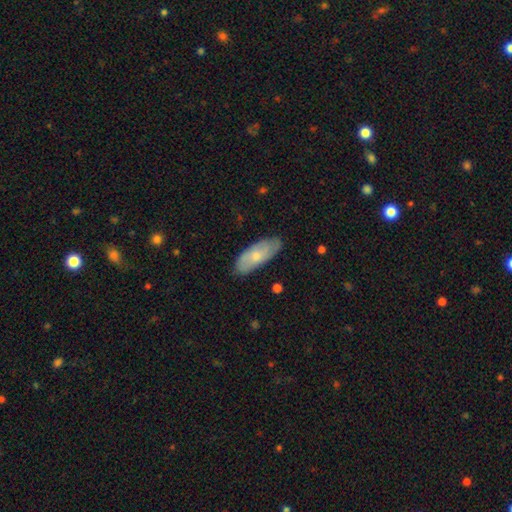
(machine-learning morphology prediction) Smooth or featured? Predicted: smooth (p=0.63). How rounded? Predicted: in between (p=0.80). Merging? Predicted: none (p=0.78).